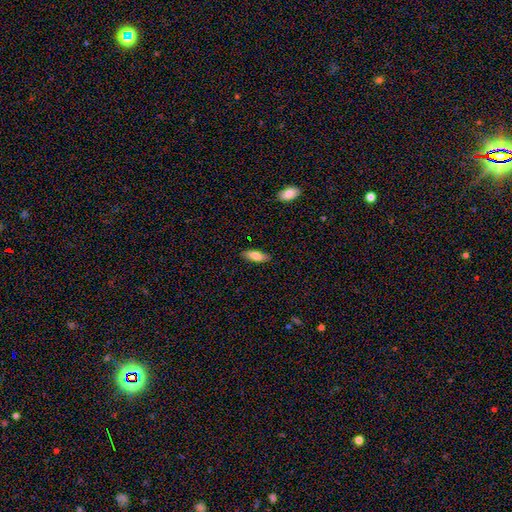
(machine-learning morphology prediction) Smooth or featured: smooth — 78% (featured or disk — 15%)
How rounded: in between — 62% (cigar-shaped — 36%)
Merging: none — 86% (minor disturbance — 11%)